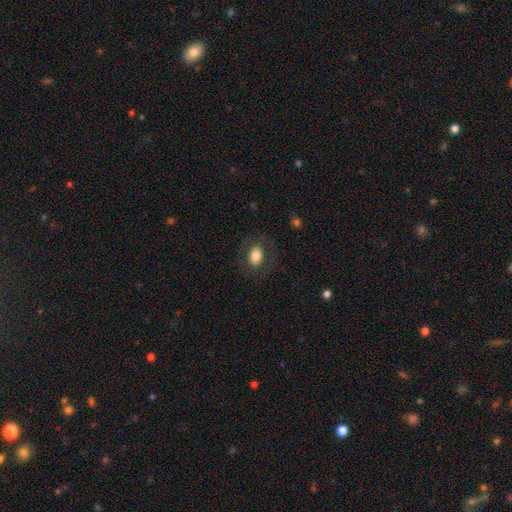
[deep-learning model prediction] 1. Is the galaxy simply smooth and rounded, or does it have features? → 77% smooth, 15% featured or disk, 8% star or artifact.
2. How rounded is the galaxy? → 69% in between, 30% round, 1% cigar-shaped.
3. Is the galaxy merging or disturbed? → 81% none, 11% minor disturbance, 7% major disturbance, 1% merger.